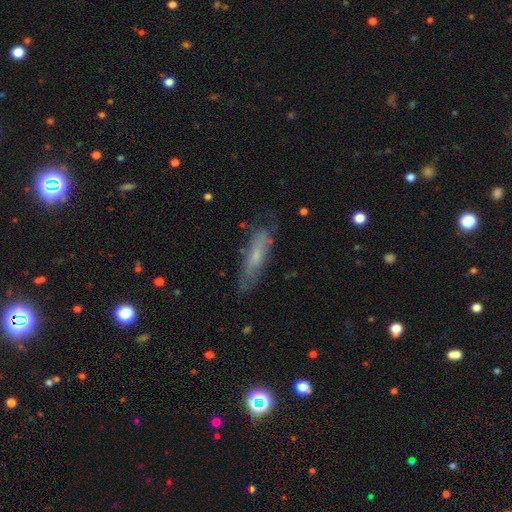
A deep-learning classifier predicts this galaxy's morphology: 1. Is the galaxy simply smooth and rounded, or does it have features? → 54% smooth, 39% featured or disk, 7% star or artifact.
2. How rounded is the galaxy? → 67% cigar-shaped, 32% in between, 2% round.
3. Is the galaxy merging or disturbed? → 61% none, 26% minor disturbance, 10% major disturbance, 2% merger.